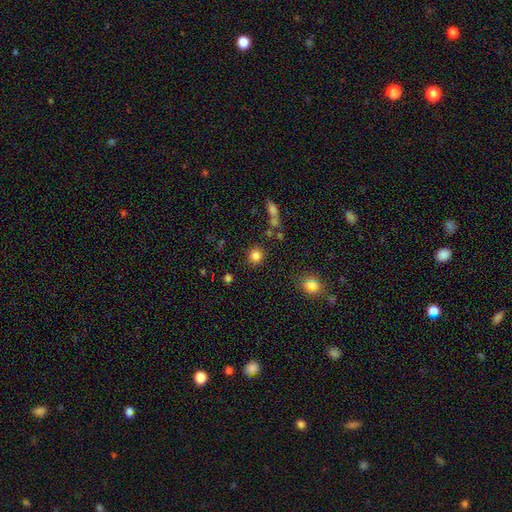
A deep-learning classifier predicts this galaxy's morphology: A smooth galaxy with no disk features (82%) that is round (90%).

Vote fractions:
- Smooth or featured? smooth: 82% / star or artifact: 13% / featured or disk: 5%
- How rounded? round: 90% / in between: 9% / cigar-shaped: 1%
- Merging? none: 84% / minor disturbance: 8% / merger: 5% / major disturbance: 3%